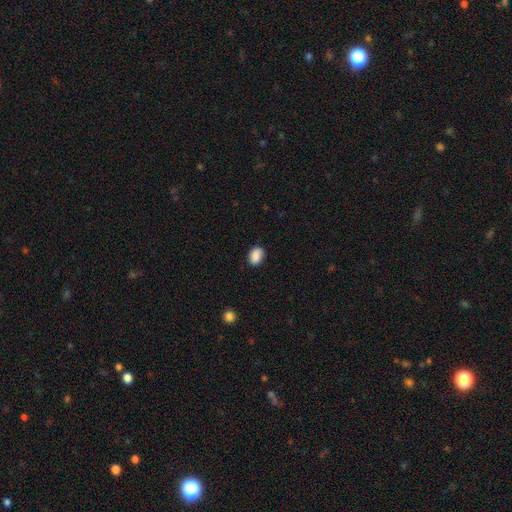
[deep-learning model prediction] Smooth or featured: smooth — 87% (star or artifact — 8%)
How rounded: in between — 77% (round — 21%)
Merging: none — 81% (minor disturbance — 15%)